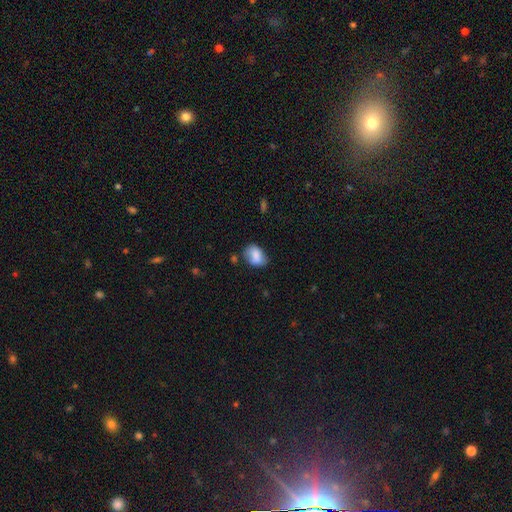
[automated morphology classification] Overall: smooth (78%). How rounded: in between (72%). Merging: none (63%; minor disturbance 25%).